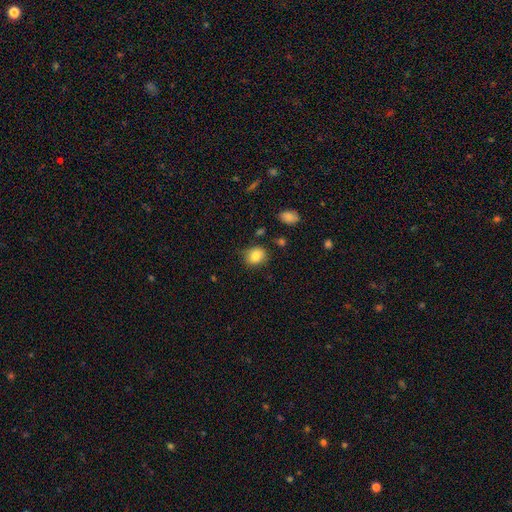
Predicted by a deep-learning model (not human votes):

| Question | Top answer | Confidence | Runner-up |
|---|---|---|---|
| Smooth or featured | smooth | 83% | star or artifact (10%) |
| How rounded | round | 69% | in between (30%) |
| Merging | none | 79% | minor disturbance (15%) |